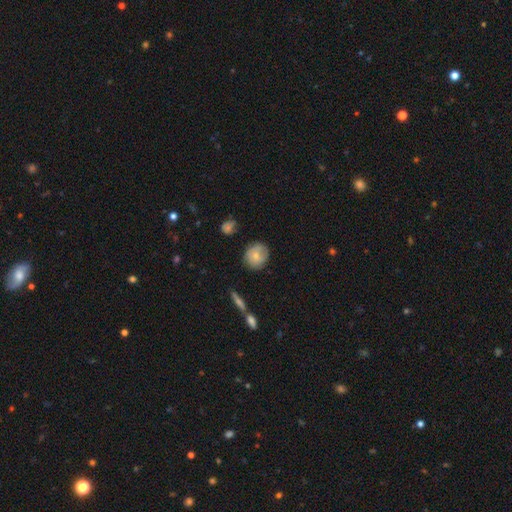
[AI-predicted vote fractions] Smooth or featured: smooth — 66% (featured or disk — 26%)
How rounded: round — 79% (in between — 19%)
Merging: none — 74% (minor disturbance — 20%)